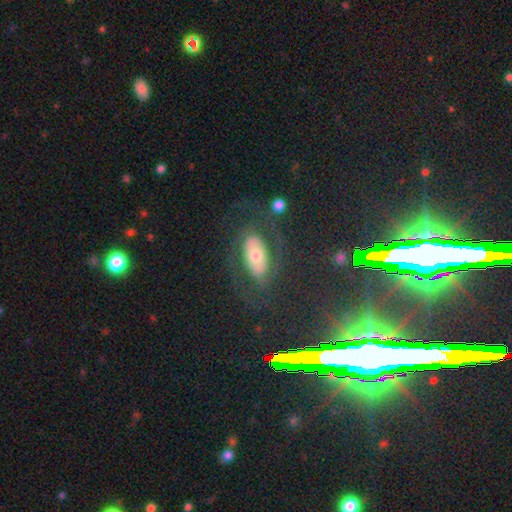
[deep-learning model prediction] smooth-or-featured: featured or disk: 49% | smooth: 38% | star or artifact: 13%
  merging: none: 68% | minor disturbance: 15% | major disturbance: 15% | merger: 3%